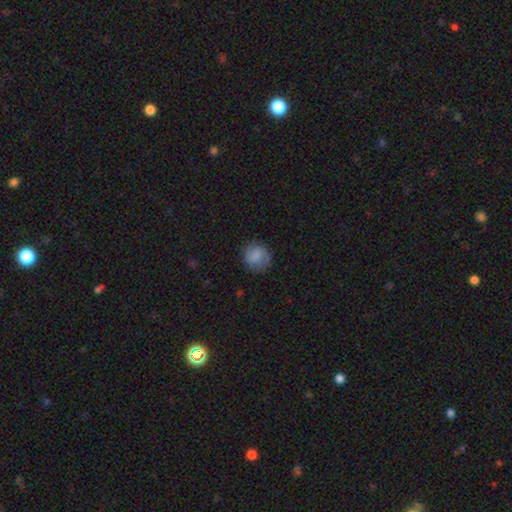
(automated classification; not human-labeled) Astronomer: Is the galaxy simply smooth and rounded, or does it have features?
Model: smooth — 78%.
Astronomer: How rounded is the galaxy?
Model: round — 84%.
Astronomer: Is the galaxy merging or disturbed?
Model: none — 77%.